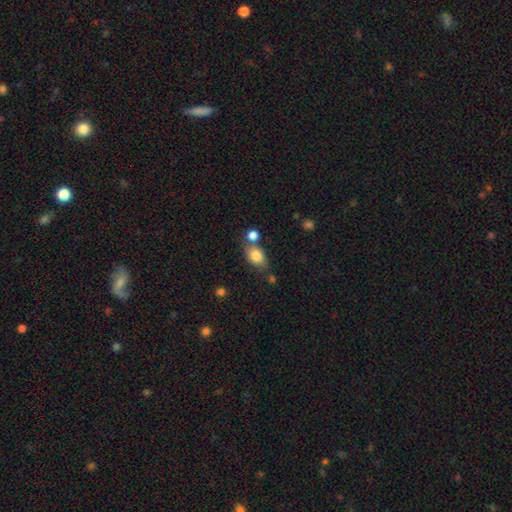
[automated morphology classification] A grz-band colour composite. It shows a smooth galaxy with no disk features (82%) that is in between round and cigar-shaped (76%). Merging: none (59%).